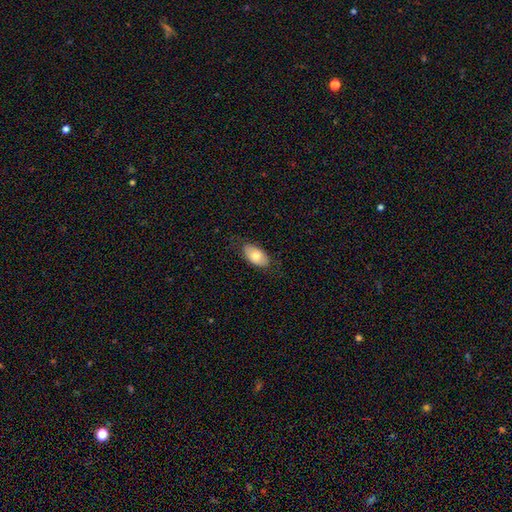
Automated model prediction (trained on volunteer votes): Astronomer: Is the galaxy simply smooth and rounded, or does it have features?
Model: smooth — 74%.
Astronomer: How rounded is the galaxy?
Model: in between — 94%.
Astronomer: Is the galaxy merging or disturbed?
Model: none — 77%.